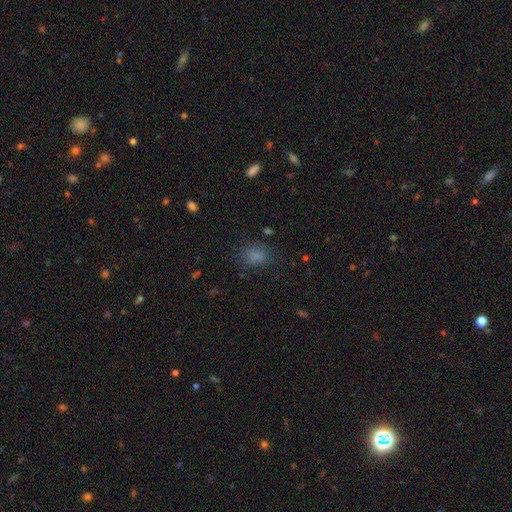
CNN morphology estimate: This appears to be a smooth galaxy with no disk features (79%) that is round (53%). Merging: none (75%).